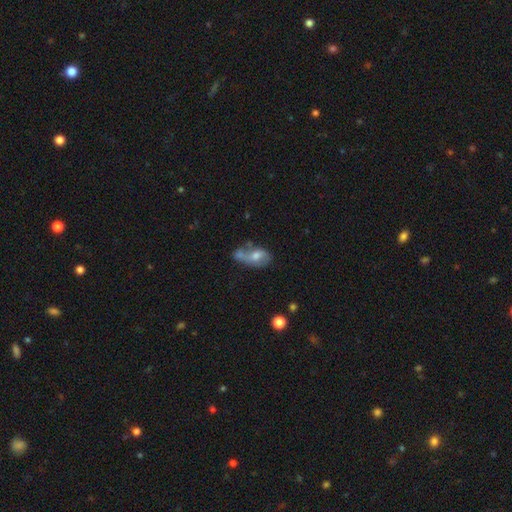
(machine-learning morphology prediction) A smooth galaxy with no disk features (56%) that is in between round and cigar-shaped (84%). Merging: merger (40%).